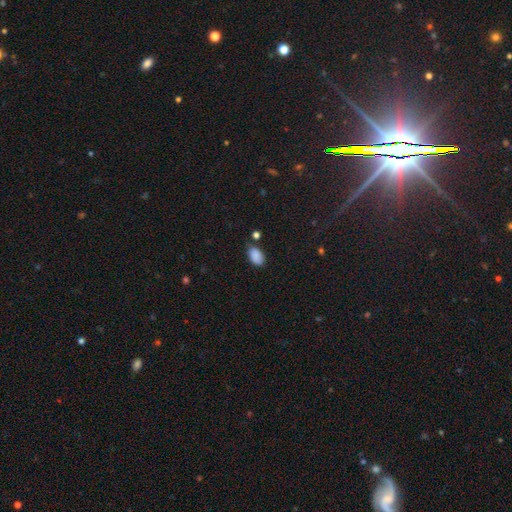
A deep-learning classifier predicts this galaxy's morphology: Q: Smooth or featured?
A: smooth (88%); runner-up: star or artifact (8%)
Q: How rounded?
A: in between (92%); runner-up: round (6%)
Q: Merging?
A: none (72%); runner-up: minor disturbance (19%)